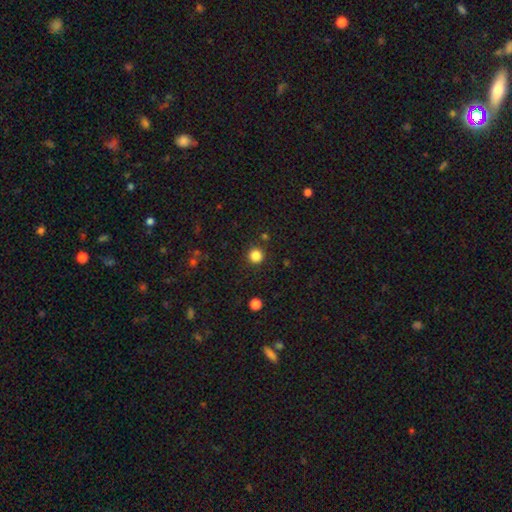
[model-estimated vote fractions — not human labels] The model was most divided on "smooth or featured": smooth: 84%, star or artifact: 12%, featured or disk: 3%. More confident: how rounded — round (95%); merging — none (91%).